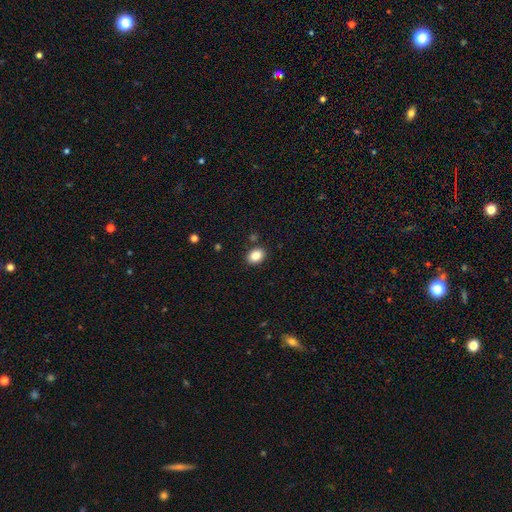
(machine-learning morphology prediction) This is clearly a smooth galaxy (86%). How rounded: likely in between (70%). Merging: clearly none (87%).